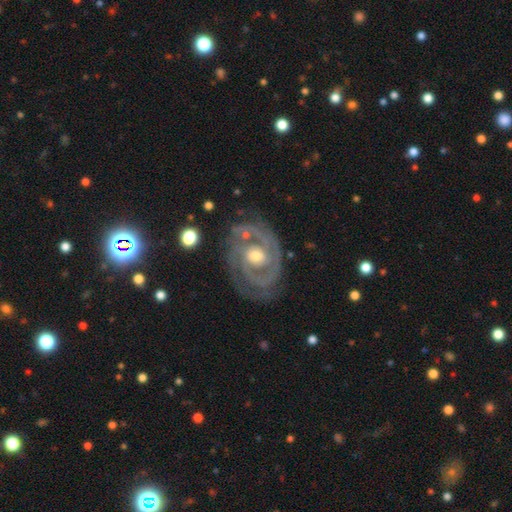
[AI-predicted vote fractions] Smooth or featured? Predicted: featured or disk (p=0.90). Edge-on disk? Predicted: no (p=0.97). Bar? Predicted: no (p=0.64). Spiral arms? Predicted: yes (p=0.96). Spiral winding? Predicted: tight (p=0.66). Spiral arm count? Predicted: 2 (p=0.66). Bulge size? Predicted: moderate (p=0.67). Merging? Predicted: none (p=0.72).